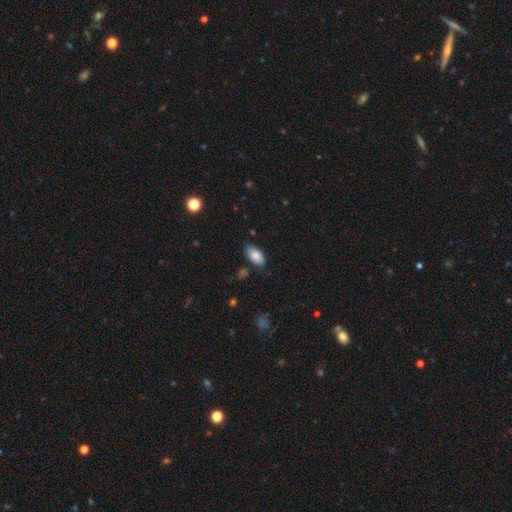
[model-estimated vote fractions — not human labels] smooth_or_featured: smooth (p=0.86) [alt: star or artifact p=0.07]
how_rounded: in between (p=0.94) [alt: cigar-shaped p=0.04]
merging: none (p=0.82) [alt: minor disturbance p=0.13]